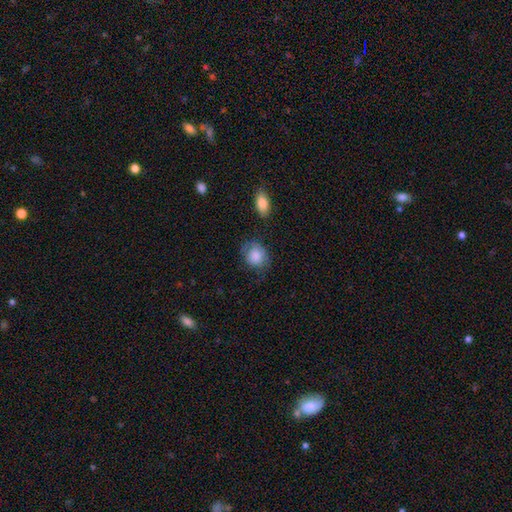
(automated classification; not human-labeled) Smooth or featured: smooth — 80% (featured or disk — 13%)
How rounded: round — 66% (in between — 33%)
Merging: none — 56% (minor disturbance — 29%)